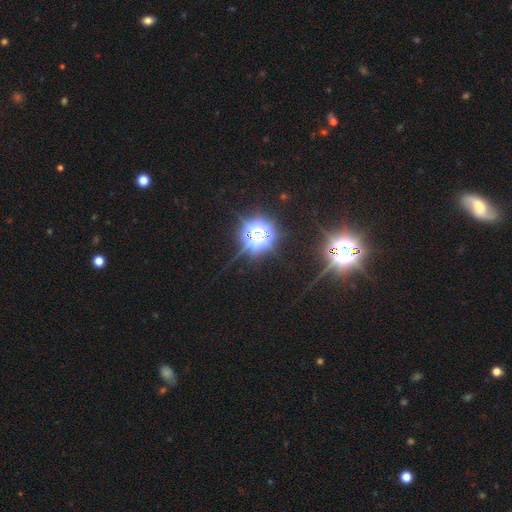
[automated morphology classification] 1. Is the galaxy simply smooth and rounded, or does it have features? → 82% star or artifact, 12% smooth, 6% featured or disk.